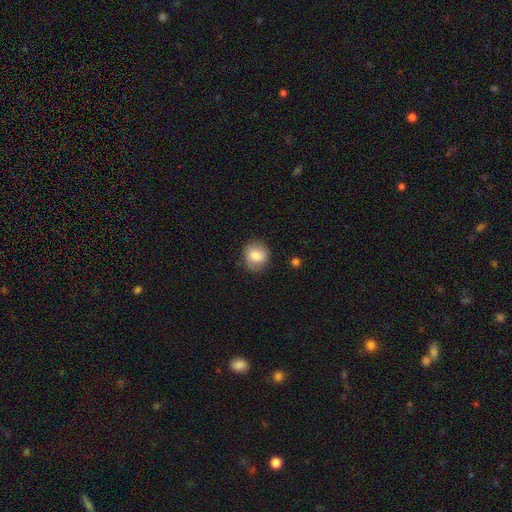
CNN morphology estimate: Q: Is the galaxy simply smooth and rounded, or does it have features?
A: smooth — 82%.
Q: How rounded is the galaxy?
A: round — 80%.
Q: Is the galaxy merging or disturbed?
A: none — 83%.